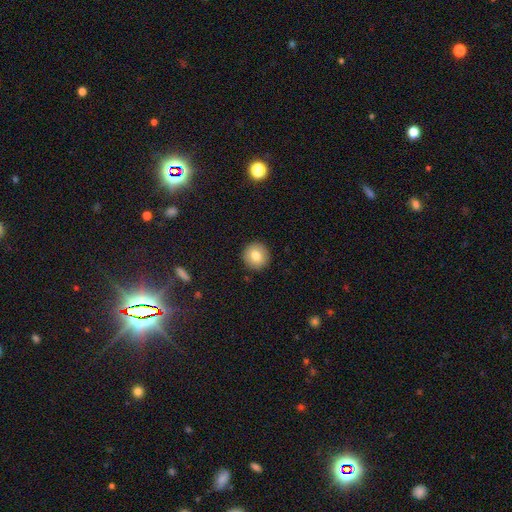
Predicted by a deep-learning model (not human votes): Smooth or featured?
  - smooth: 78% *
  - featured or disk: 13%
  - star or artifact: 9%
How rounded?
  - round: 94% *
  - in between: 5%
  - cigar-shaped: 1%
Merging?
  - none: 92% *
  - minor disturbance: 6%
  - major disturbance: 2%
  - merger: 1%